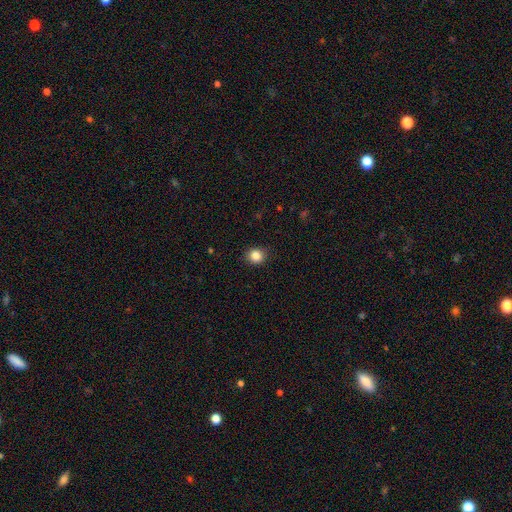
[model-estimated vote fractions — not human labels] smooth 85%, star or artifact 11%, featured or disk 4%. Down the decision tree: how rounded — round (78%); merging — none (89%).